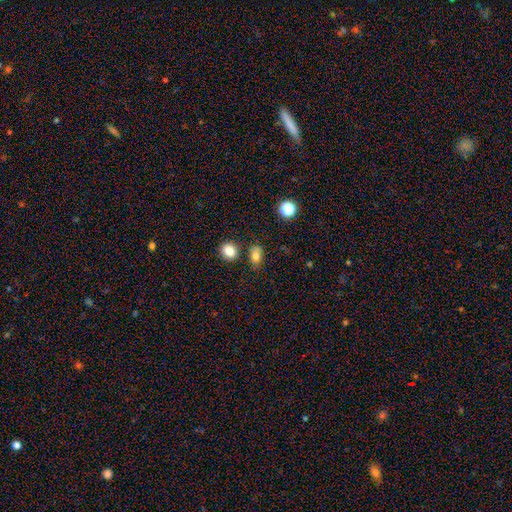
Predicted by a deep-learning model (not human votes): Overall: smooth (80%). How rounded: in between (72%). Merging: none (72%).